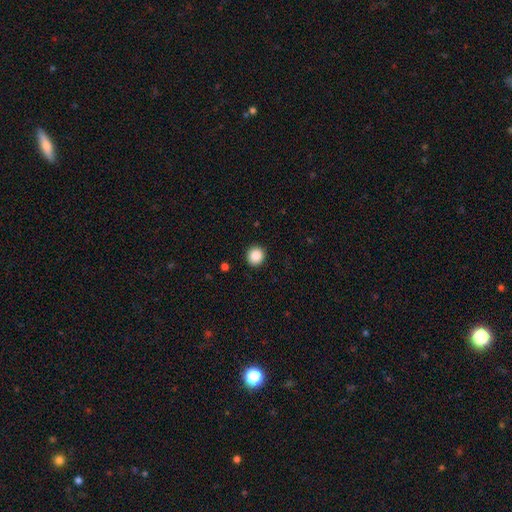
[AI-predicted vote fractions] Smooth or featured? Predicted: smooth (p=0.88). How rounded? Predicted: round (p=0.90). Merging? Predicted: none (p=0.92).